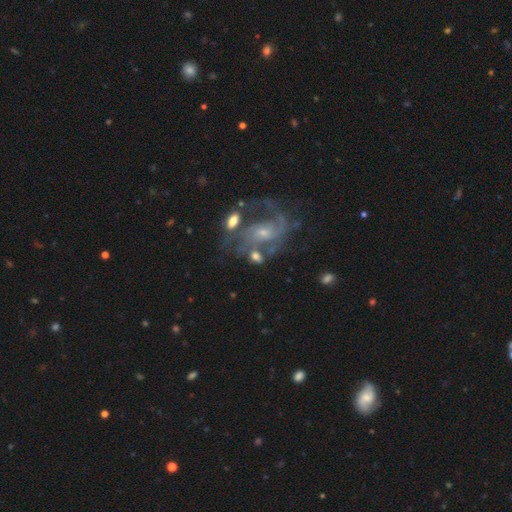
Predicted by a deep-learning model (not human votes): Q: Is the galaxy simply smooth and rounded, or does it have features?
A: featured or disk — 77%.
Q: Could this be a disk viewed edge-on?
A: no — 97%.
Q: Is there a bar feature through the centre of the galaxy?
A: no — 60%.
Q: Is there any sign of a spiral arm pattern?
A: yes — 89%.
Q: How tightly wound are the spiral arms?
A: medium — 45%.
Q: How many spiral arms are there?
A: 2 — 37%.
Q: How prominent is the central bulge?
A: small — 71%.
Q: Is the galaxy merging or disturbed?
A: none — 38%.